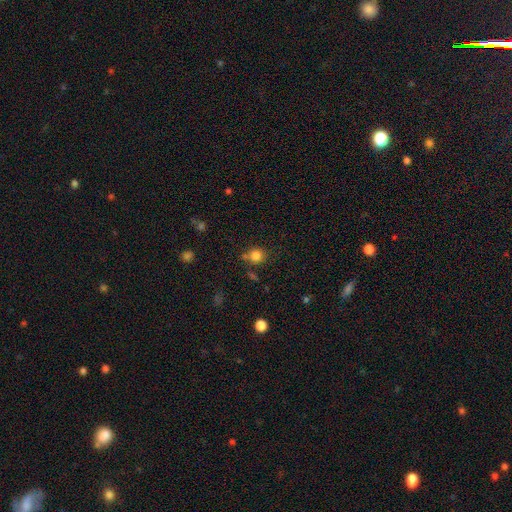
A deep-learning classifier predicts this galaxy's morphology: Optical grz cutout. It shows a smooth galaxy with no disk features (82%) that is round (87%). Merging: none (69%).